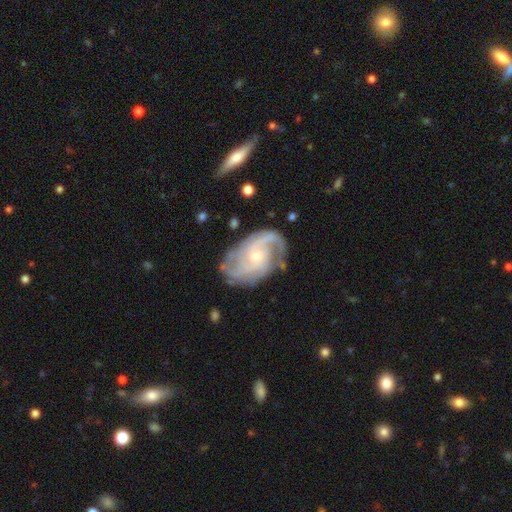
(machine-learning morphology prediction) The model was most divided on "spiral winding": medium: 46%, tight: 36%, loose: 17%. Remaining: spiral arms — yes (97%); edge-on disk — no (97%); smooth or featured — featured or disk (89%); merging — none (72%); bar — no (63%); bulge size — small (62%); spiral arm count — 2 (48%).